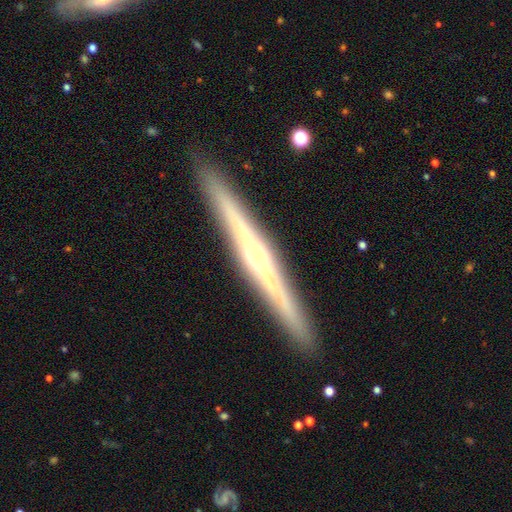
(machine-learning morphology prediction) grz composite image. It shows a featured or disk galaxy (75%) viewed edge-on (97%) with a rounded central bulge (70%). Merging: none (91%).